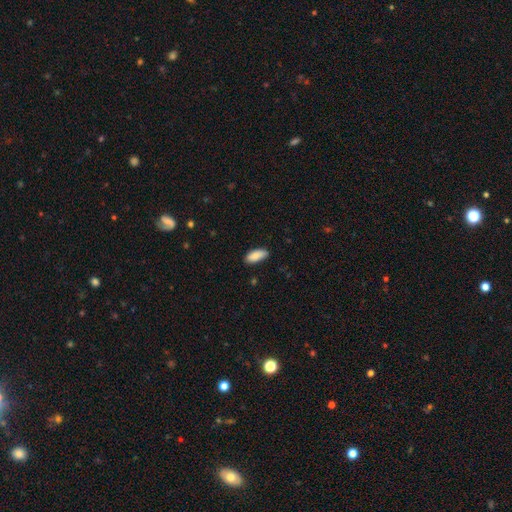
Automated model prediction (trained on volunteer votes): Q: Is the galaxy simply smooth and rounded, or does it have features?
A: smooth — 88%.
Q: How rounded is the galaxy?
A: in between — 85%.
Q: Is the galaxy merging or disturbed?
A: none — 81%.